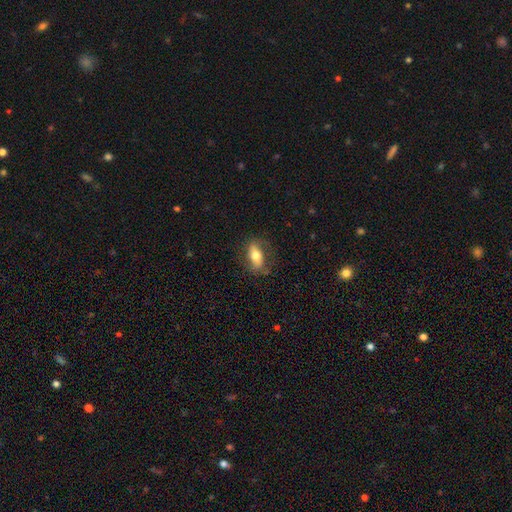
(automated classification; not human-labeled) This appears to be a smooth galaxy with no disk features (60%) that is in between round and cigar-shaped (77%). Merging: none (75%).